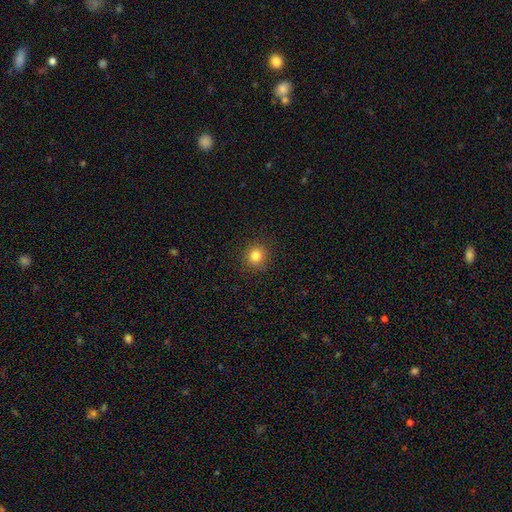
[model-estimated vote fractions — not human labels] Smooth or featured?
  - smooth: 83% *
  - star or artifact: 12%
  - featured or disk: 5%
How rounded?
  - round: 91% *
  - in between: 8%
  - cigar-shaped: 1%
Merging?
  - none: 91% *
  - minor disturbance: 6%
  - major disturbance: 2%
  - merger: 1%